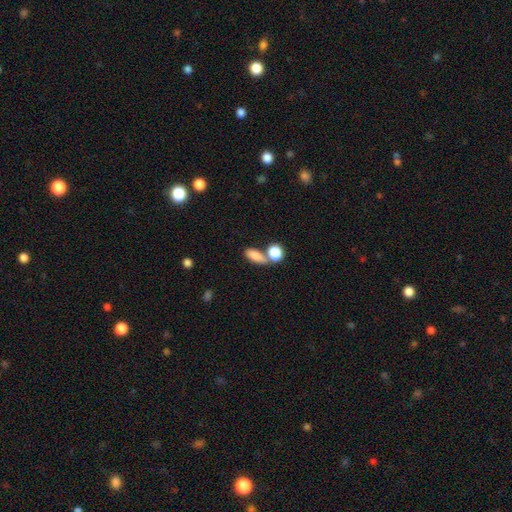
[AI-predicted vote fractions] Smooth or featured: smooth — 82% (star or artifact — 9%)
How rounded: in between — 74% (cigar-shaped — 14%)
Merging: none — 47% (merger — 36%)